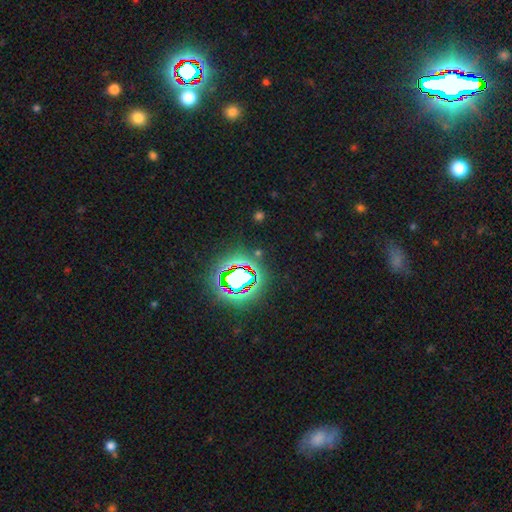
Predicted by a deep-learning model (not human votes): smooth-or-featured: star or artifact: 74% | smooth: 16% | featured or disk: 9%